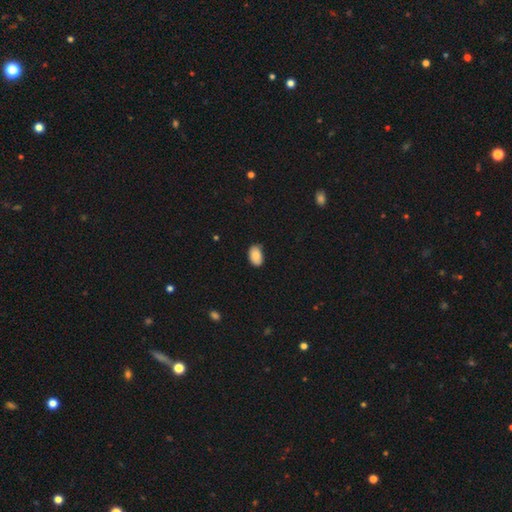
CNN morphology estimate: type=smooth (87%); roundness=in between (92%); merging=none (79%).